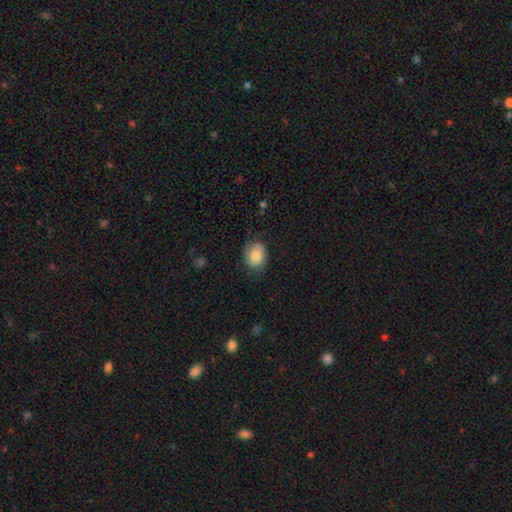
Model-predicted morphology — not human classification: Q: Smooth or featured?
A: smooth (73%); runner-up: featured or disk (20%)
Q: How rounded?
A: round (50%); runner-up: in between (49%)
Q: Merging?
A: none (68%); runner-up: minor disturbance (24%)